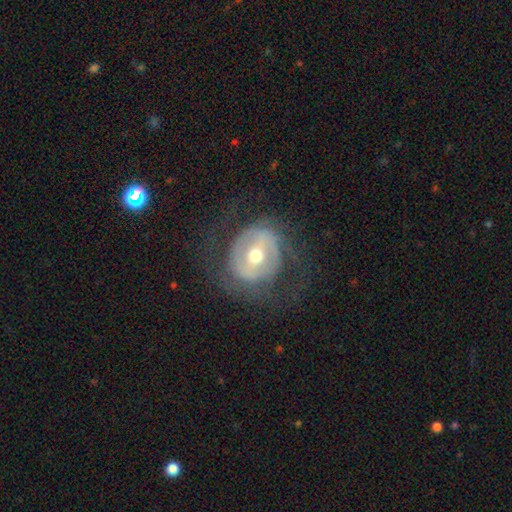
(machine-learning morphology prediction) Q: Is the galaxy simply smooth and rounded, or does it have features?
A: featured or disk — 70%.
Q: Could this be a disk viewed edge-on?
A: no — 95%.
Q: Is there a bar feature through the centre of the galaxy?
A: strong — 36%.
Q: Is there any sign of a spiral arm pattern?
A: no — 53%.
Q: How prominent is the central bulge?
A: moderate — 69%.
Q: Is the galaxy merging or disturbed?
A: none — 69%.